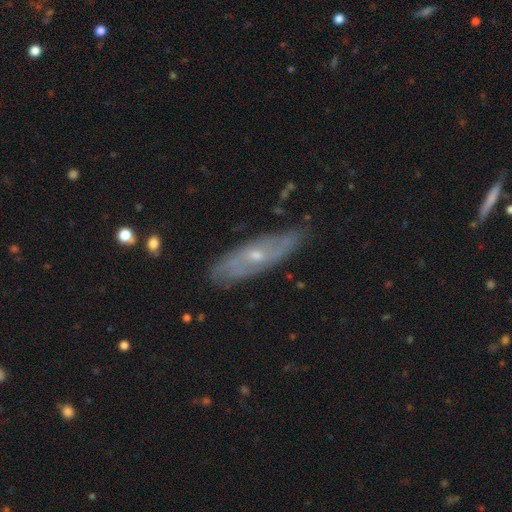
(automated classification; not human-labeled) smooth_or_featured: featured or disk (p=0.70) [alt: smooth p=0.23]
disk_edge_on: no (p=0.69) [alt: yes p=0.31]
merging: none (p=0.78) [alt: minor disturbance p=0.17]